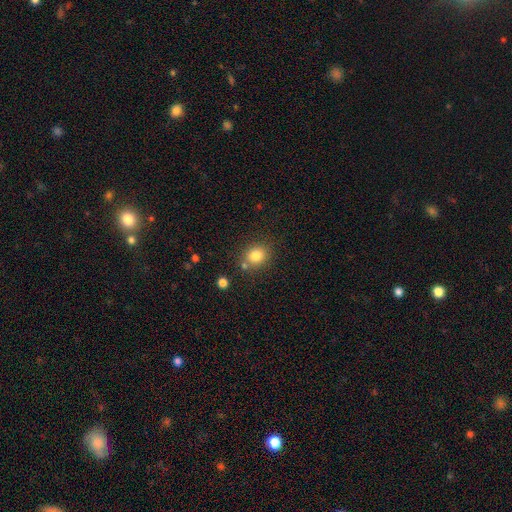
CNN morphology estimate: smooth 80%, star or artifact 12%, featured or disk 8%. Down the decision tree: how rounded — round (74%); merging — none (75%).